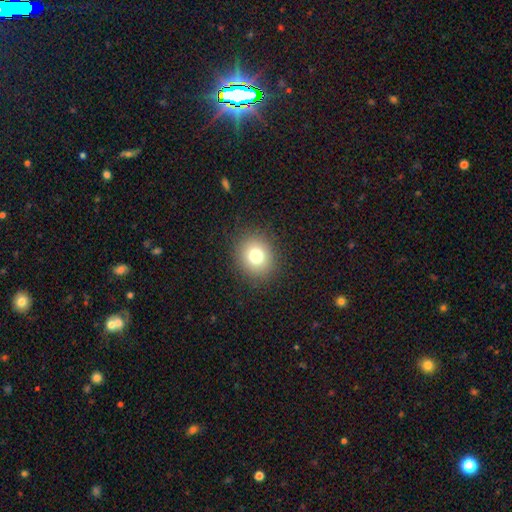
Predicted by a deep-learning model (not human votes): Smooth or featured?
  - smooth: 77% *
  - star or artifact: 13%
  - featured or disk: 10%
How rounded?
  - round: 81% *
  - in between: 19%
  - cigar-shaped: 1%
Merging?
  - none: 90% *
  - minor disturbance: 7%
  - major disturbance: 3%
  - merger: 1%